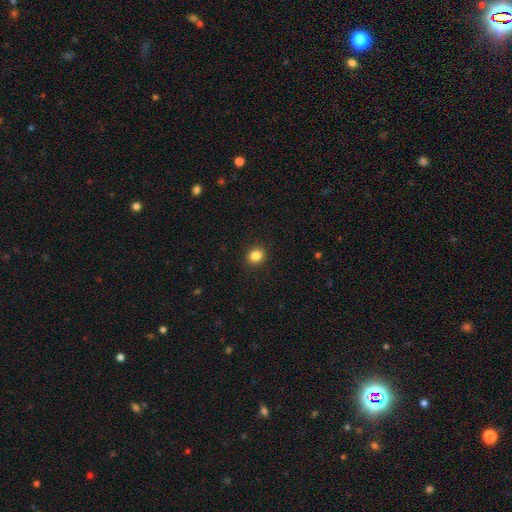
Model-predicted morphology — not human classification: smooth_or_featured: smooth (p=0.85) [alt: star or artifact p=0.10]
how_rounded: round (p=0.76) [alt: in between p=0.23]
merging: none (p=0.92) [alt: minor disturbance p=0.06]